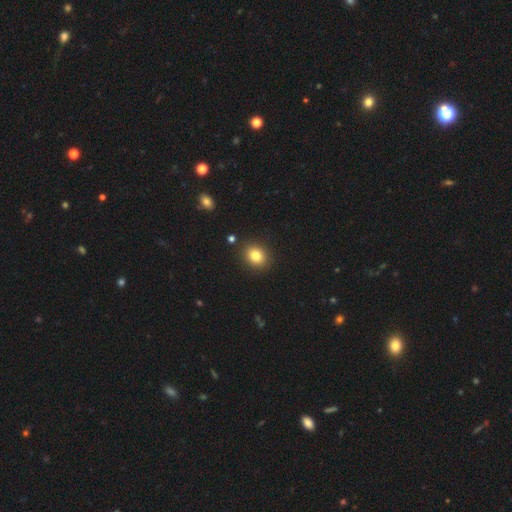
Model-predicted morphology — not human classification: smooth-or-featured: smooth: 82% | star or artifact: 11% | featured or disk: 7%
  how-rounded: round: 60% | in between: 40% | cigar-shaped: 1%
  merging: none: 89% | minor disturbance: 7% | major disturbance: 2% | merger: 2%